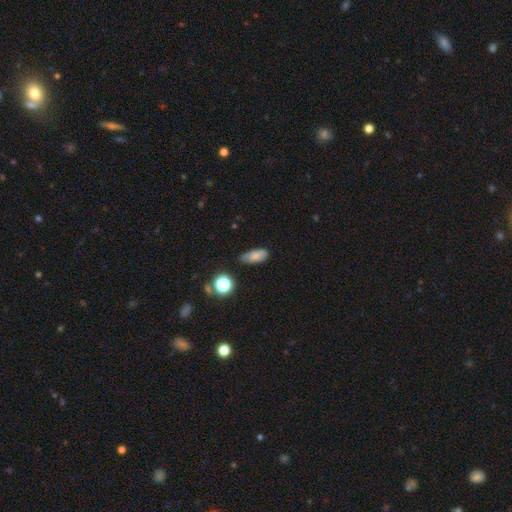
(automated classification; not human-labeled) The model was most divided on "merging": none: 63%, minor disturbance: 28%, major disturbance: 6%, merger: 3%. More confident: how rounded — in between (82%); smooth or featured — smooth (75%).